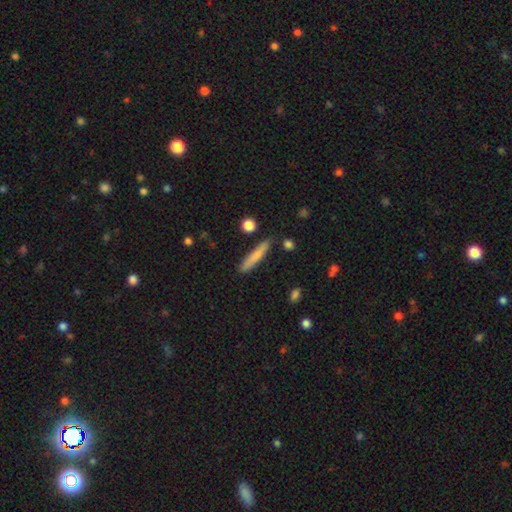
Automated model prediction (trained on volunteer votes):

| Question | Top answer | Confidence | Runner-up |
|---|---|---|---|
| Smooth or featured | smooth | 74% | featured or disk (20%) |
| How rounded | cigar-shaped | 91% | in between (7%) |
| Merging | none | 83% | minor disturbance (11%) |